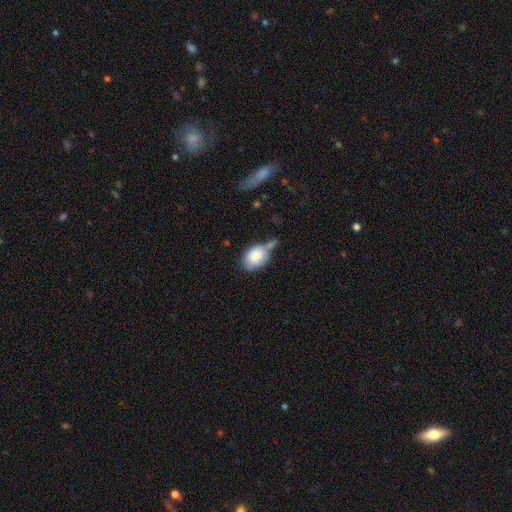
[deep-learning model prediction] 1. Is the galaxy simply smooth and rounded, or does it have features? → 83% smooth, 10% featured or disk, 7% star or artifact.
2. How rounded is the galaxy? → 78% in between, 20% round, 1% cigar-shaped.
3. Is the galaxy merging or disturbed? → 39% none, 28% minor disturbance, 22% merger, 11% major disturbance.